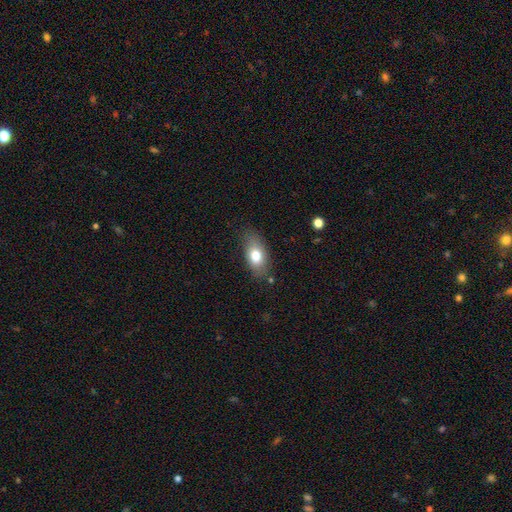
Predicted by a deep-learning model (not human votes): smooth 75%, featured or disk 17%, star or artifact 8%. Down the decision tree: how rounded — in between (88%); merging — none (76%).